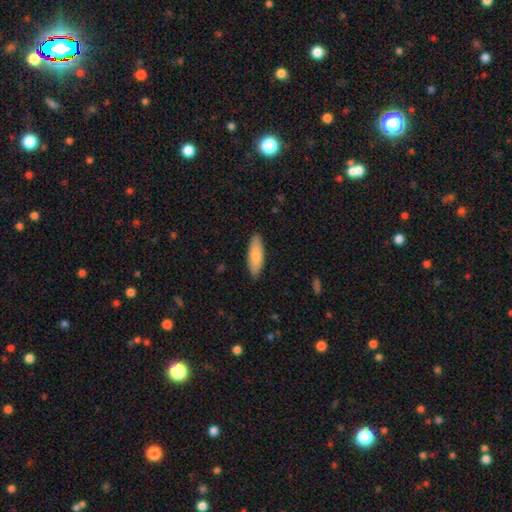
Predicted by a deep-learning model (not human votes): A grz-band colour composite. It shows a smooth galaxy with no disk features (83%) that is in between round and cigar-shaped (57%). Merging: none (87%).